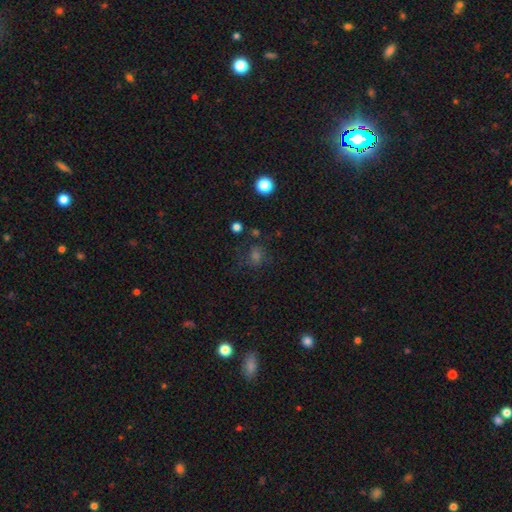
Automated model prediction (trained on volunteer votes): smooth 44%, star or artifact 37%, featured or disk 19%. Down the decision tree: merging — none (65%).